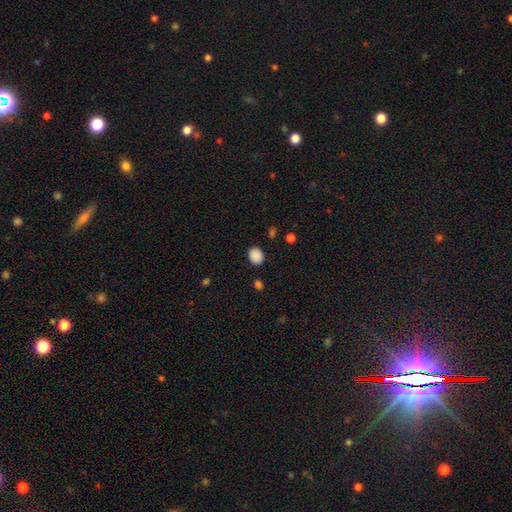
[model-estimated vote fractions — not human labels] This is clearly a smooth galaxy (88%). How rounded: possibly round (53%). Merging: clearly none (87%).